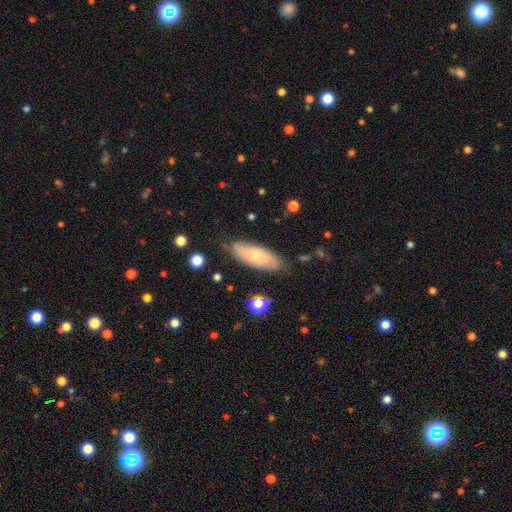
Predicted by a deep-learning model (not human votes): Smooth or featured?
  - smooth: 50% *
  - featured or disk: 43%
  - star or artifact: 7%
How rounded?
  - in between: 73% *
  - cigar-shaped: 24%
  - round: 2%
Merging?
  - none: 75% *
  - minor disturbance: 20%
  - major disturbance: 4%
  - merger: 2%